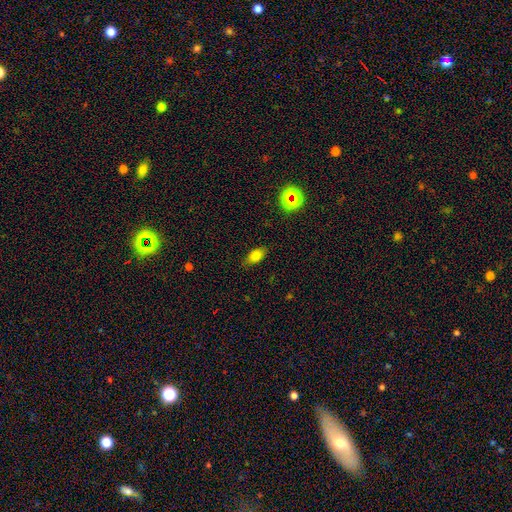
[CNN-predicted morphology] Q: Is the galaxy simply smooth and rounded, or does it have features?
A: smooth — 78%.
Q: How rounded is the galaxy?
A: in between — 85%.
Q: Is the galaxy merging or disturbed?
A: none — 81%.